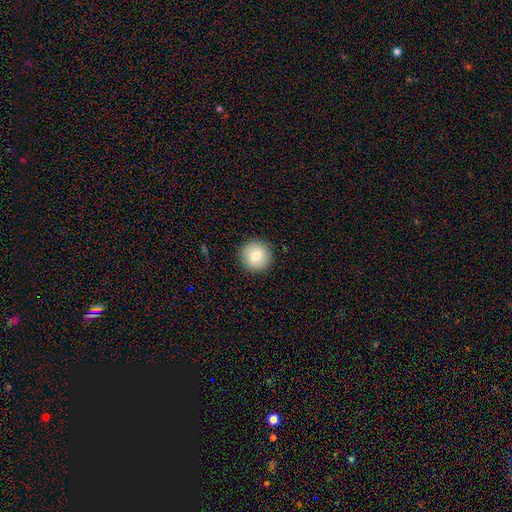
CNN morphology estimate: Smooth or featured? smooth (81%)
How rounded? round (95%)
Merging? none (92%)